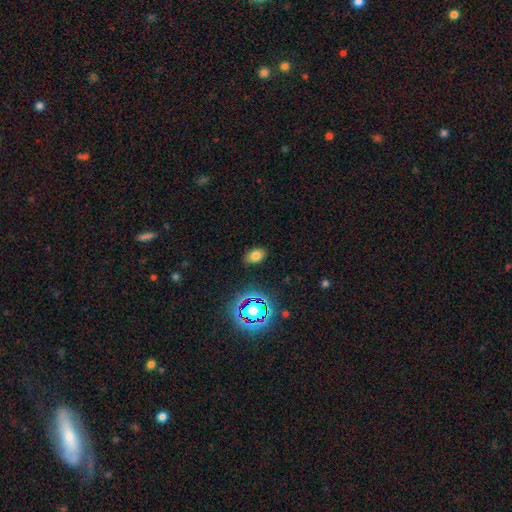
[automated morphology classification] Overall: smooth (73%). How rounded: in between (83%). Merging: none (84%).